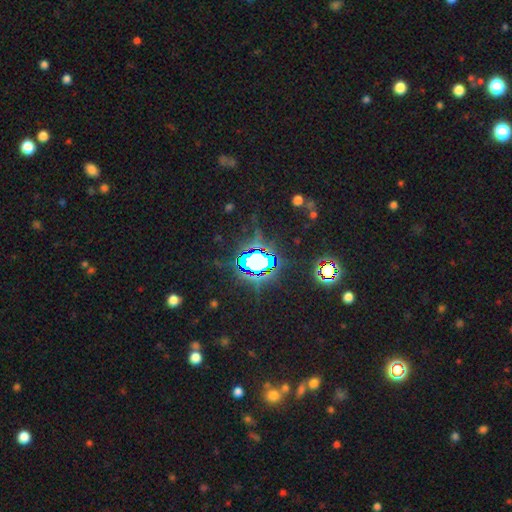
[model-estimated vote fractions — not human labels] smooth-or-featured: star or artifact: 77% | smooth: 13% | featured or disk: 9%